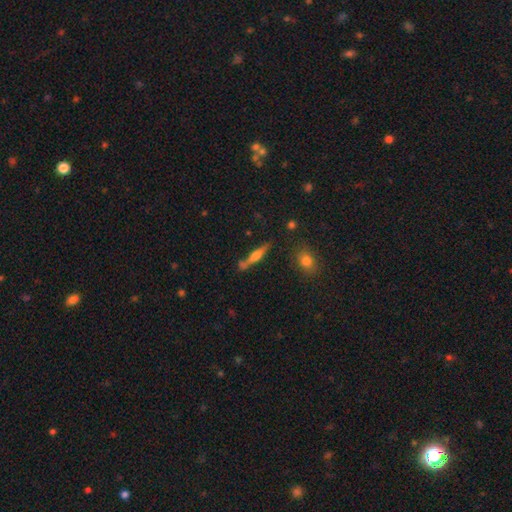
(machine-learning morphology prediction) Smooth or featured: featured or disk — 58% (smooth — 35%)
Edge-on disk: yes — 95% (no — 5%)
Edge-on bulge: rounded — 83% (boxy — 10%)
Merging: none — 72% (minor disturbance — 14%)